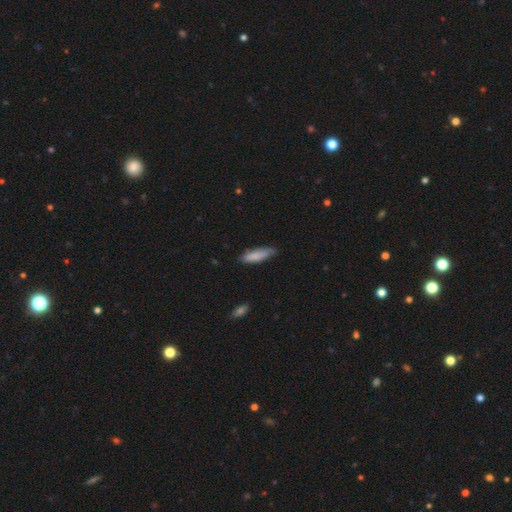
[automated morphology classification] A smooth galaxy with no disk features (82%) that is cigar-shaped (56%). Merging: none (67%).